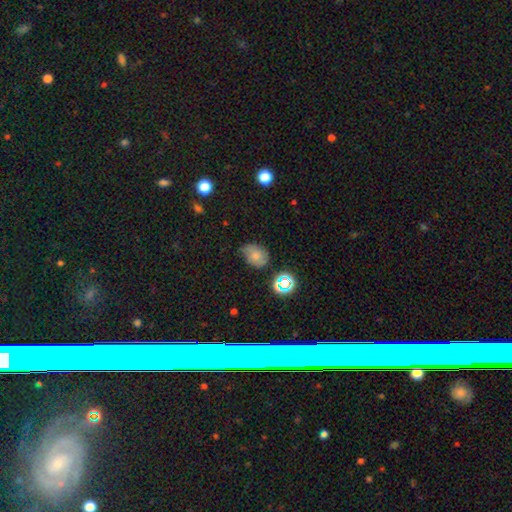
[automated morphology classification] Smooth or featured? smooth (68%)
How rounded? in between (64%)
Merging? none (55%)